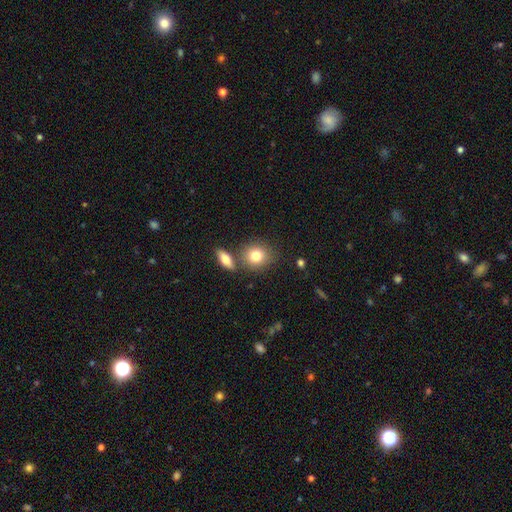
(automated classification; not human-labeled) smooth-or-featured: smooth: 79% | featured or disk: 12% | star or artifact: 9%
  how-rounded: round: 71% | in between: 27% | cigar-shaped: 2%
  merging: none: 67% | merger: 19% | minor disturbance: 10% | major disturbance: 3%